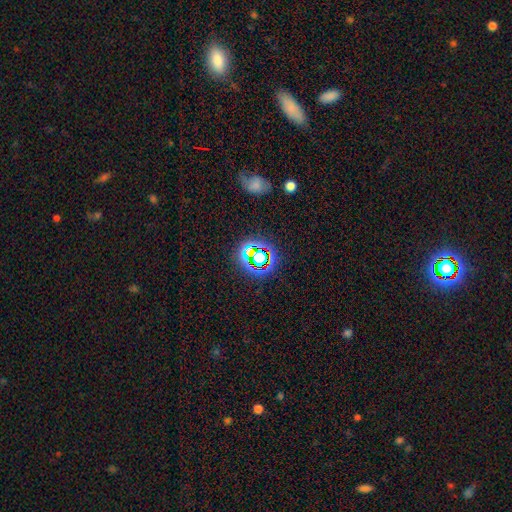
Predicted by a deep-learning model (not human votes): The model was most divided on "smooth or featured": star or artifact: 61%, smooth: 25%, featured or disk: 13%.